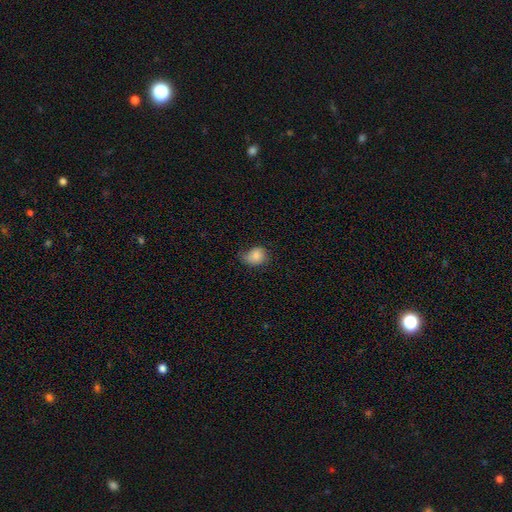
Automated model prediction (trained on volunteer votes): smooth-or-featured: smooth: 80% | featured or disk: 11% | star or artifact: 9%
  how-rounded: round: 51% | in between: 48% | cigar-shaped: 1%
  merging: none: 56% | minor disturbance: 33% | major disturbance: 10% | merger: 1%